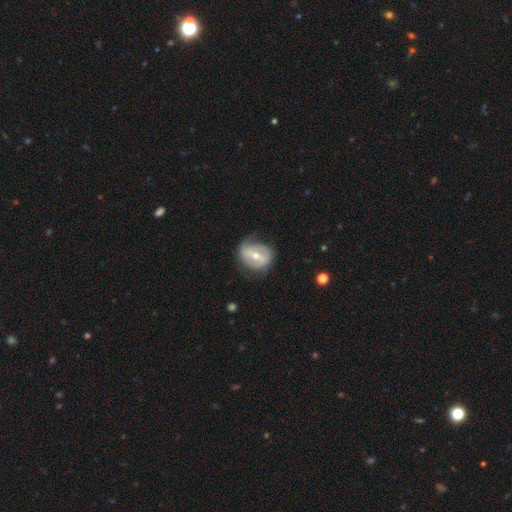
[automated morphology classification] Smooth or featured: featured or disk — 71% (smooth — 23%)
Edge-on disk: no — 96% (yes — 4%)
Bar: strong — 43% (weak — 39%)
Spiral arms: yes — 71% (no — 29%)
Bulge size: moderate — 60% (small — 37%)
Merging: none — 56% (minor disturbance — 27%)